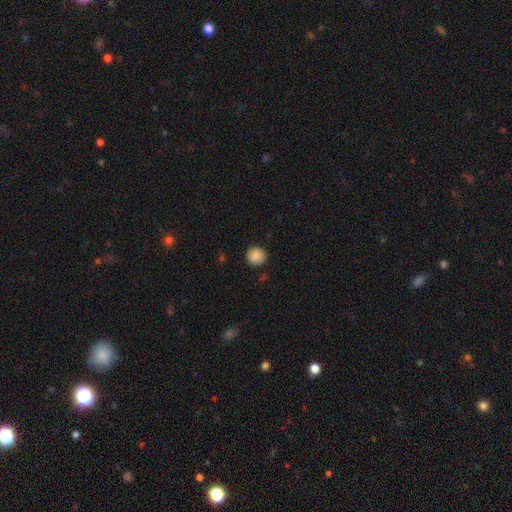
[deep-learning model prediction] smooth_or_featured: smooth (p=0.87) [alt: star or artifact p=0.08]
how_rounded: round (p=0.92) [alt: in between p=0.07]
merging: none (p=0.87) [alt: minor disturbance p=0.10]